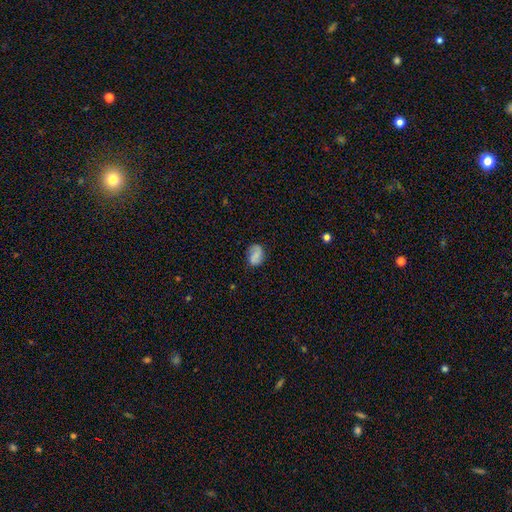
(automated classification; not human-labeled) Smooth or featured: smooth — 70% (featured or disk — 20%)
How rounded: in between — 75% (round — 23%)
Merging: none — 66% (minor disturbance — 24%)